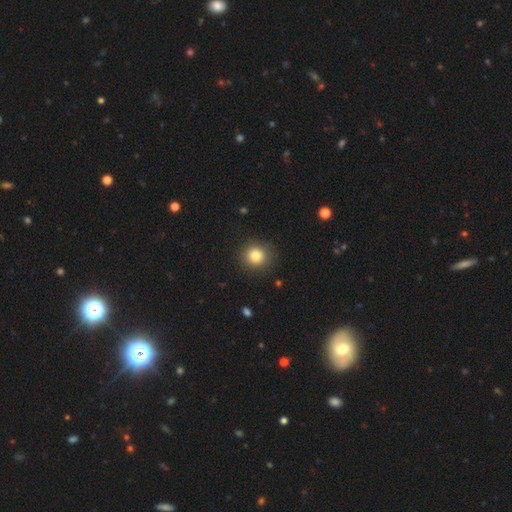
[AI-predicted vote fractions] smooth 82%, star or artifact 11%, featured or disk 7%. Down the decision tree: how rounded — round (88%); merging — none (88%).